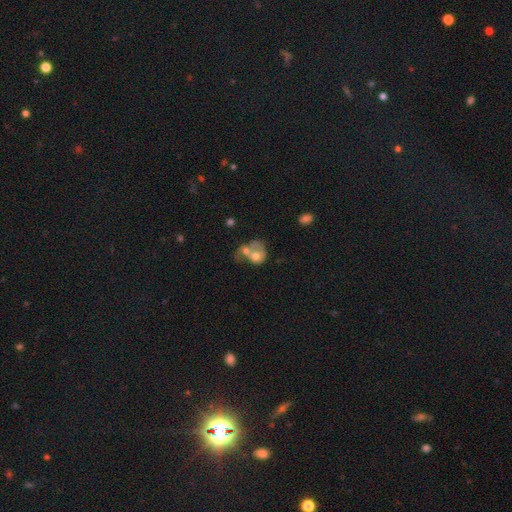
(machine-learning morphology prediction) A smooth galaxy with no disk features (48%). Merging: merger (70%).